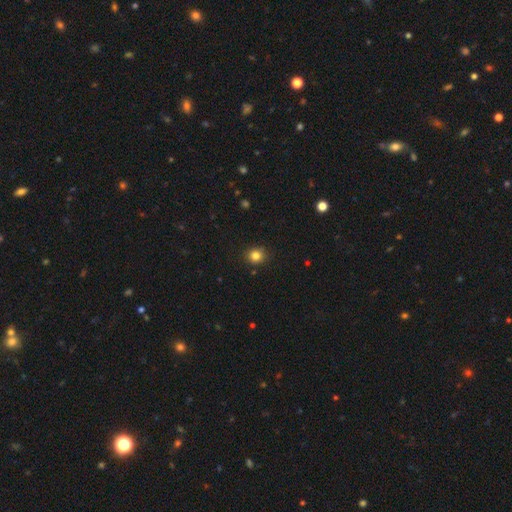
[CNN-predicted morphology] This is clearly a smooth galaxy (82%). How rounded: clearly round (86%). Merging: clearly none (88%).